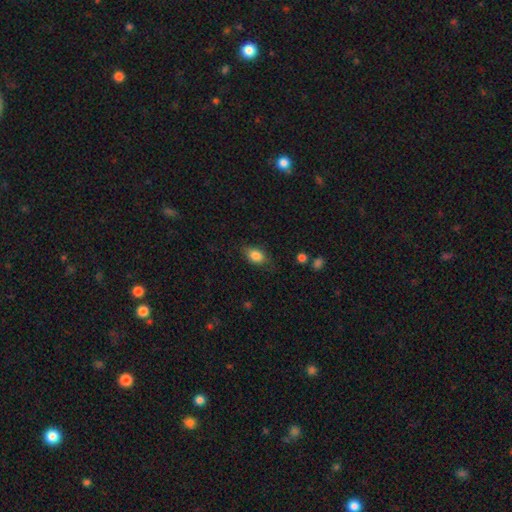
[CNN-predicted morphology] smooth 83%, star or artifact 9%, featured or disk 8%. Down the decision tree: how rounded — in between (80%); merging — none (75%).